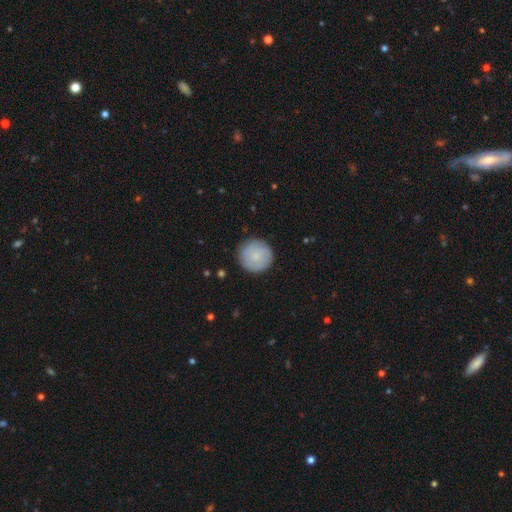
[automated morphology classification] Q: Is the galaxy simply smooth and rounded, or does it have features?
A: smooth — 74%.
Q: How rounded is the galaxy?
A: round — 95%.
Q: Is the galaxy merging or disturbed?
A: none — 88%.